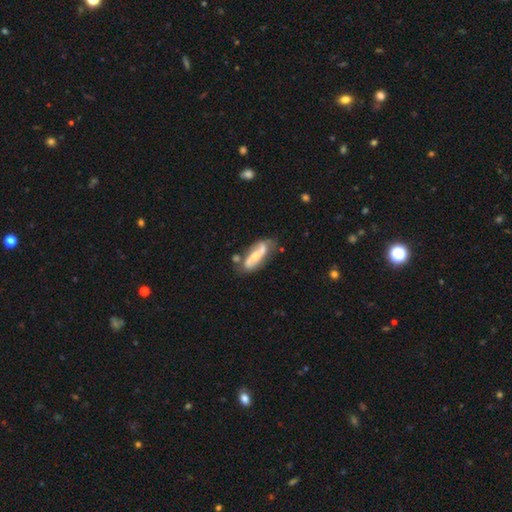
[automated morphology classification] featured or disk 69%, smooth 24%, star or artifact 6%. Down the decision tree: edge-on disk — no (87%); bar — no (40%); spiral arms — yes (87%); spiral arm count — 2 (85%); spiral winding — loose (54%); bulge size — moderate (45%); merging — none (58%).